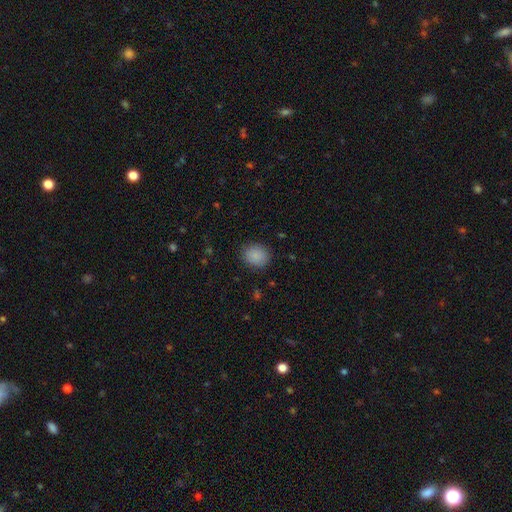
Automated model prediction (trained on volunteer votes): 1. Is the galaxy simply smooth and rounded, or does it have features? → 87% smooth, 9% star or artifact, 4% featured or disk.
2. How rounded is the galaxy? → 68% round, 31% in between, 1% cigar-shaped.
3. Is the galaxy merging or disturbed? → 86% none, 10% minor disturbance, 3% major disturbance, 1% merger.